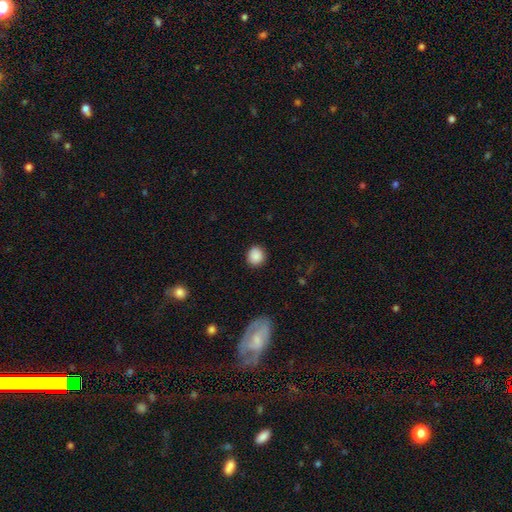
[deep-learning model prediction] Overall: smooth (88%). How rounded: round (85%). Merging: none (88%).